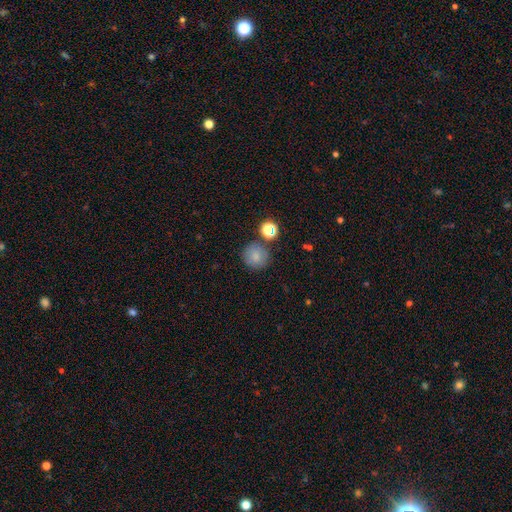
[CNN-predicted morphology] Smooth or featured?
  - smooth: 78% *
  - star or artifact: 13%
  - featured or disk: 9%
How rounded?
  - round: 90% *
  - in between: 9%
  - cigar-shaped: 1%
Merging?
  - none: 77% *
  - minor disturbance: 11%
  - merger: 9%
  - major disturbance: 4%